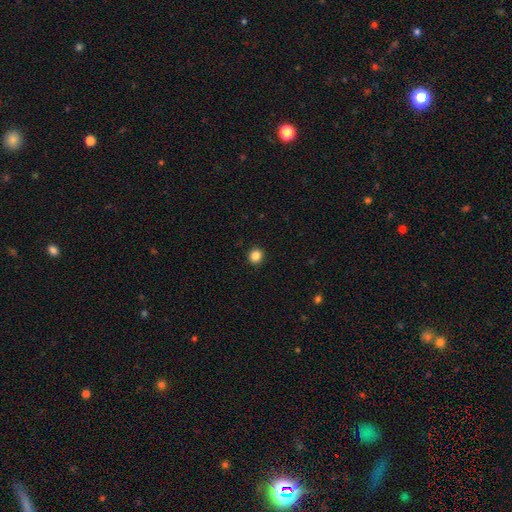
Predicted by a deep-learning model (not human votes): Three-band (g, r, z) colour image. It shows a smooth galaxy with no disk features (86%) that is round (89%). Merging: none (93%).